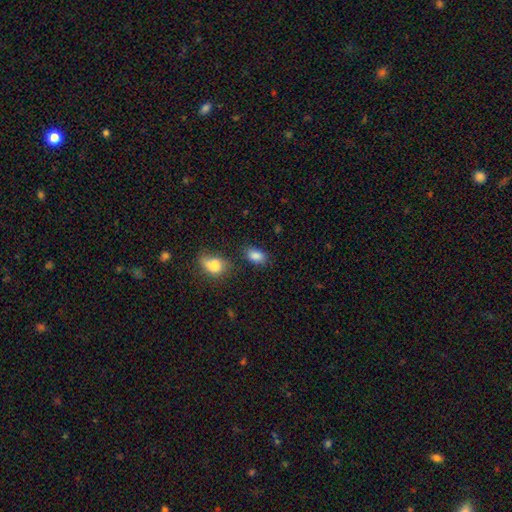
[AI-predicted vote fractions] Smooth or featured? Predicted: smooth (p=0.85). How rounded? Predicted: in between (p=0.86). Merging? Predicted: none (p=0.70).